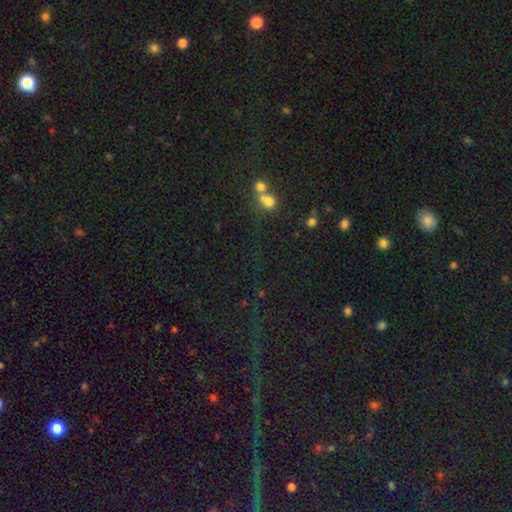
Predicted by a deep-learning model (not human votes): Q: Smooth or featured?
A: star or artifact (66%); runner-up: smooth (25%)